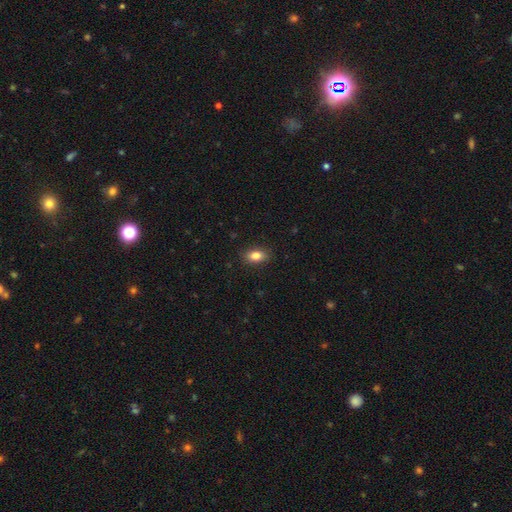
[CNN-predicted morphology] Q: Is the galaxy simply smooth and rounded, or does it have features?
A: smooth — 85%.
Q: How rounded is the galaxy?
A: in between — 87%.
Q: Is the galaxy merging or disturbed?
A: none — 88%.